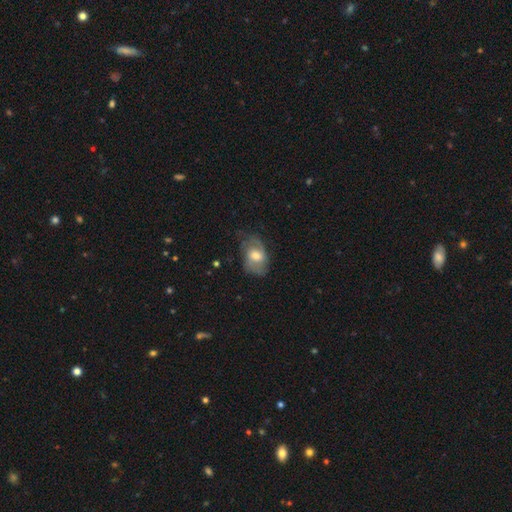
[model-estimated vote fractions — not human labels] Smooth or featured?
  - smooth: 47% *
  - featured or disk: 46%
  - star or artifact: 7%
Merging?
  - none: 52% *
  - minor disturbance: 30%
  - major disturbance: 16%
  - merger: 2%